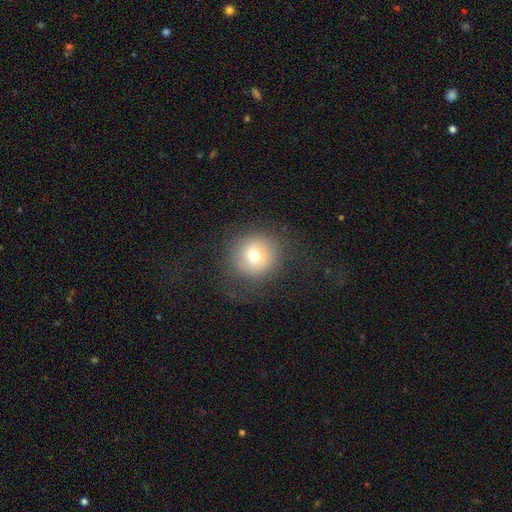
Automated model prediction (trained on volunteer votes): smooth-or-featured: smooth: 68% | featured or disk: 19% | star or artifact: 13%
  how-rounded: round: 94% | in between: 6% | cigar-shaped: 1%
  merging: none: 80% | minor disturbance: 11% | major disturbance: 8% | merger: 1%